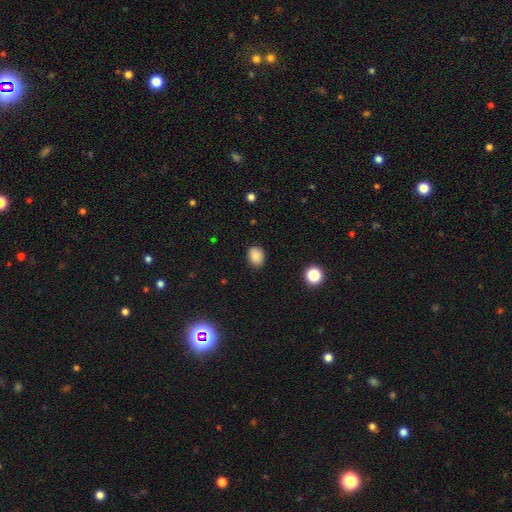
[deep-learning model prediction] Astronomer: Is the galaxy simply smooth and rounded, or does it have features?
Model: smooth — 86%.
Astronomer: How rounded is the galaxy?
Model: in between — 54% (runner-up: round, 46%).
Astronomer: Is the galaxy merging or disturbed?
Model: none — 86%.